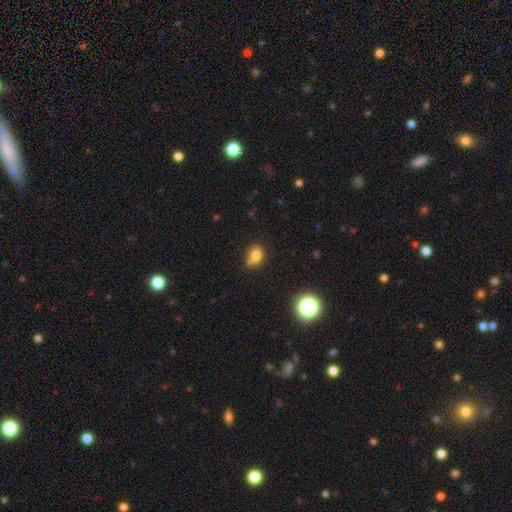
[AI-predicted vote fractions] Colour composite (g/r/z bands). It shows a smooth galaxy with no disk features (76%) that is in between round and cigar-shaped (64%). Merging: none (53%).